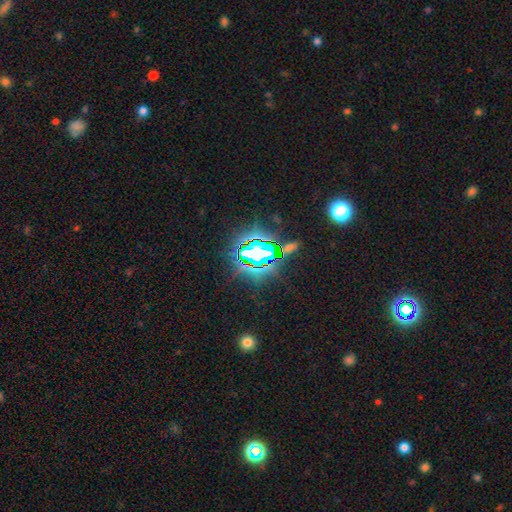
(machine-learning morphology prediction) smooth_or_featured: star or artifact (p=0.75) [alt: smooth p=0.14]